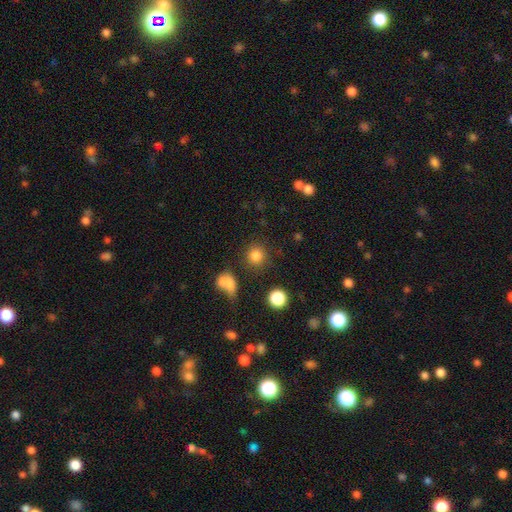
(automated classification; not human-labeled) This appears to be a smooth galaxy with no disk features (82%) that is round (88%). Merging: none (79%).